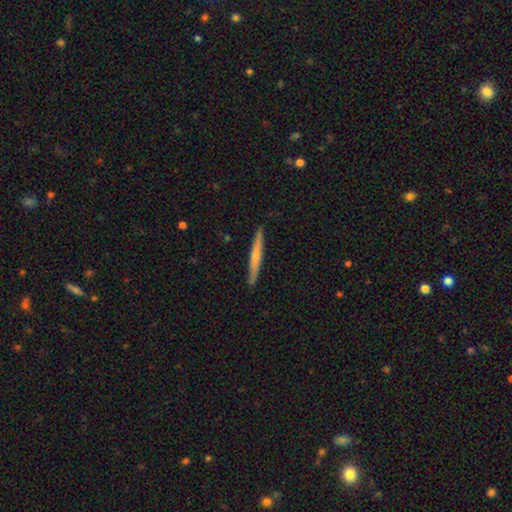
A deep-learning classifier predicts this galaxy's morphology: The model was most divided on "smooth or featured": smooth: 49%, featured or disk: 46%, star or artifact: 5%. More confident: merging — none (91%).